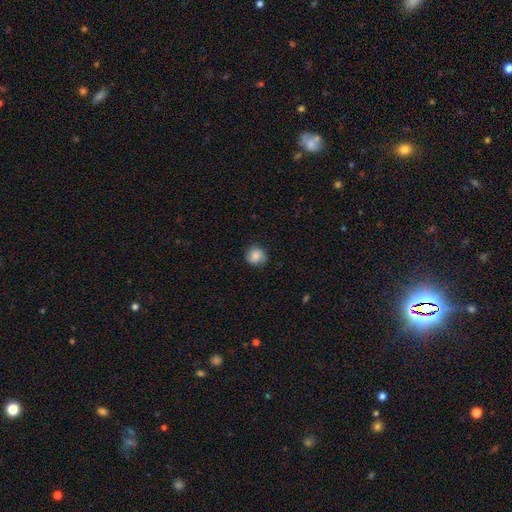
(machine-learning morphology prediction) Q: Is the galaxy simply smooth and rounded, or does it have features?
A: smooth — 75%.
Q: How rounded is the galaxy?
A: round — 86%.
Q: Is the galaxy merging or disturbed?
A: none — 80%.